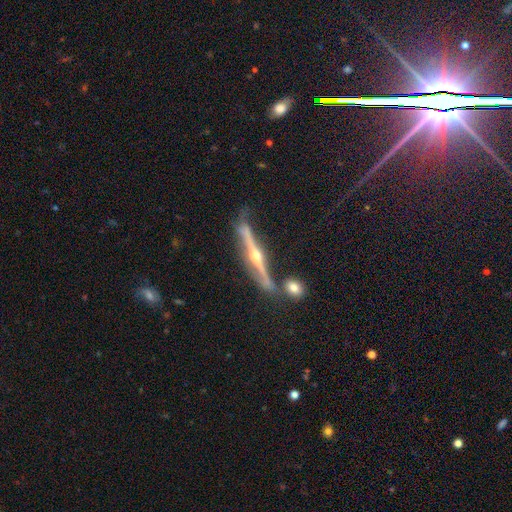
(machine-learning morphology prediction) smooth-or-featured: featured or disk: 82% | smooth: 10% | star or artifact: 9%
  disk-edge-on: yes: 96% | no: 4%
    edge-on-bulge: rounded: 90% | none: 6% | boxy: 4%
  merging: none: 74% | minor disturbance: 13% | merger: 9% | major disturbance: 4%